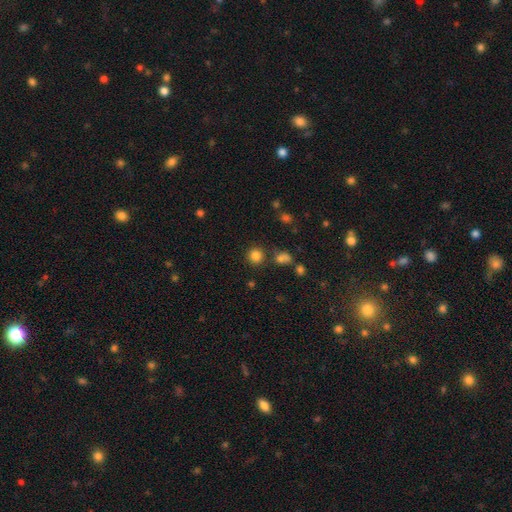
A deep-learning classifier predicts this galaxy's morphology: A smooth galaxy with no disk features (82%) that is round (91%).

Vote fractions:
- Smooth or featured? smooth: 82% / star or artifact: 13% / featured or disk: 5%
- How rounded? round: 91% / in between: 8% / cigar-shaped: 1%
- Merging? none: 83% / minor disturbance: 7% / merger: 6% / major disturbance: 3%